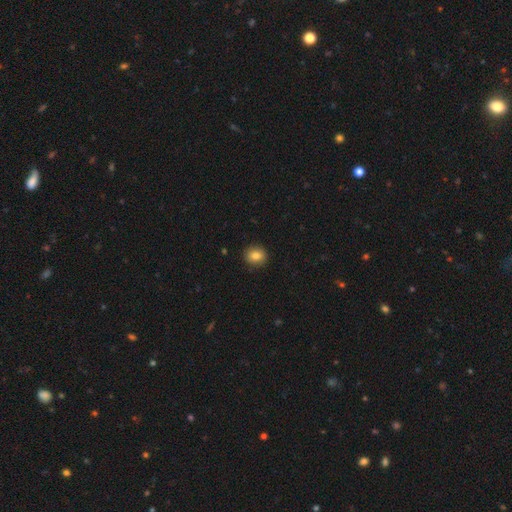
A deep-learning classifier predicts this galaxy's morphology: Smooth or featured? Predicted: smooth (p=0.82). How rounded? Predicted: round (p=0.74). Merging? Predicted: none (p=0.90).